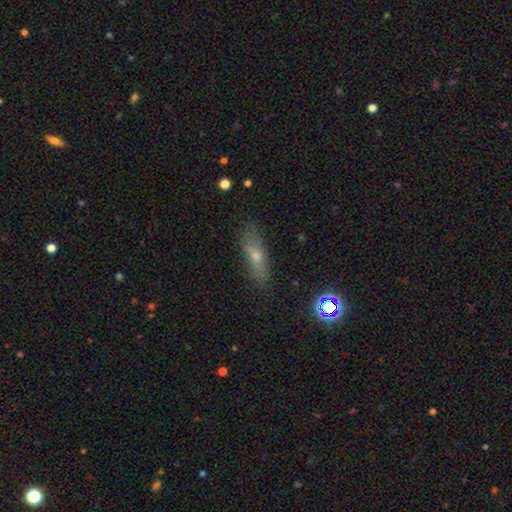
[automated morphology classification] type=smooth (52%); roundness=cigar-shaped (65%); merging=none (83%).